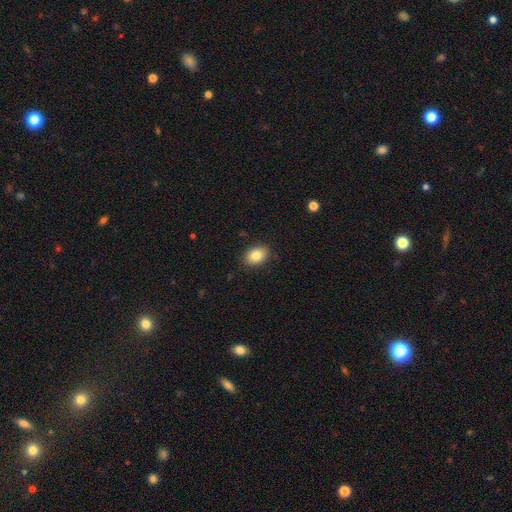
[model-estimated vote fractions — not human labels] The model was most divided on "how rounded": in between: 81%, round: 18%, cigar-shaped: 1%. More confident: merging — none (87%); smooth or featured — smooth (85%).